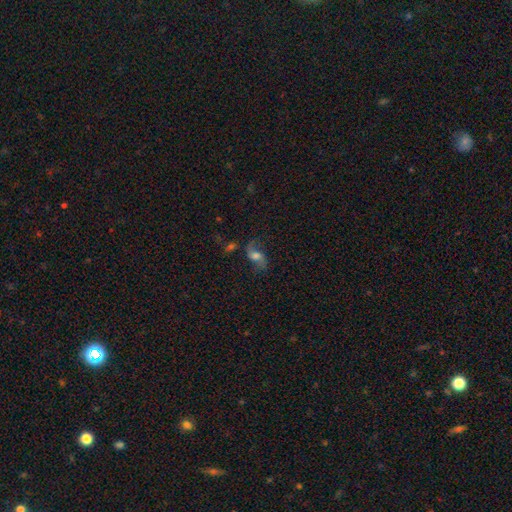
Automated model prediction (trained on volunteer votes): A featured or disk galaxy (61%) with no bar (50%), spiral arms (88%) and a moderate central bulge (44%). Merging: none (61%).